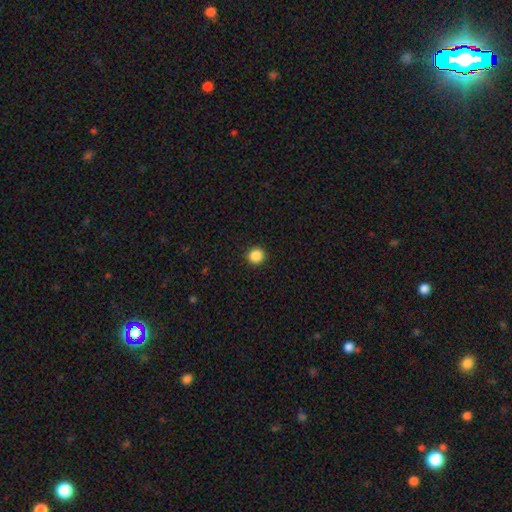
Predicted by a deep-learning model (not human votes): smooth_or_featured: smooth (p=0.88) [alt: star or artifact p=0.10]
how_rounded: round (p=0.94) [alt: in between p=0.05]
merging: none (p=0.93) [alt: minor disturbance p=0.04]